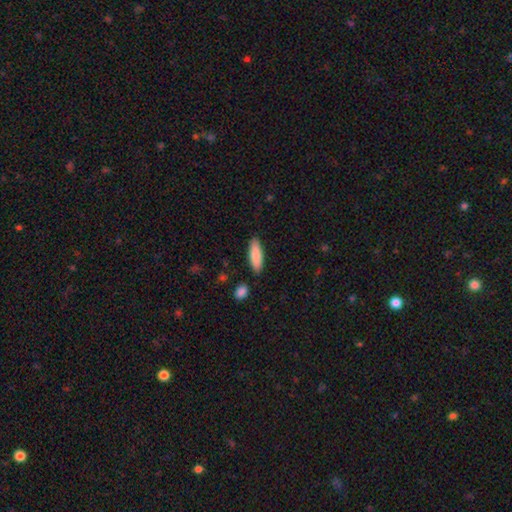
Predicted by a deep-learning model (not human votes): Overall: smooth (87%). How rounded: in between (55%; cigar-shaped 43%). Merging: none (87%).